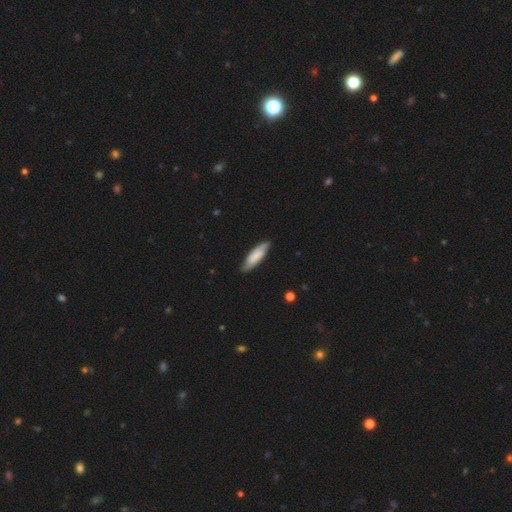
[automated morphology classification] A smooth galaxy with no disk features (71%) that is cigar-shaped (59%).

Vote fractions:
- Smooth or featured? smooth: 71% / featured or disk: 23% / star or artifact: 6%
- How rounded? cigar-shaped: 59% / in between: 40% / round: 2%
- Merging? none: 81% / minor disturbance: 16% / major disturbance: 2% / merger: 1%